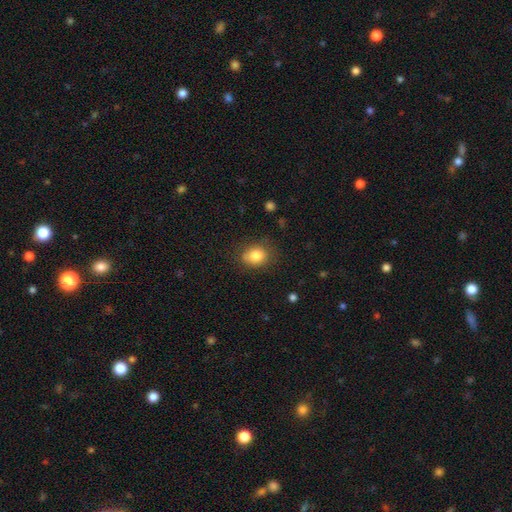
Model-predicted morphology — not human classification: A smooth galaxy with no disk features (83%) that is round (51%). Merging: none (78%).